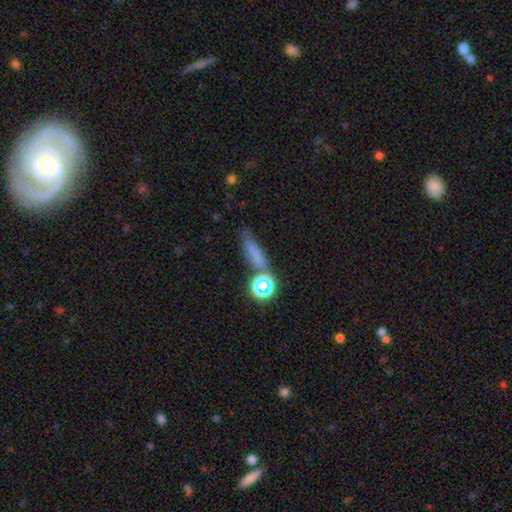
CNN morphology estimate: Smooth or featured: smooth — 63% (star or artifact — 22%)
How rounded: cigar-shaped — 57% (in between — 24%)
Merging: none — 61% (minor disturbance — 17%)